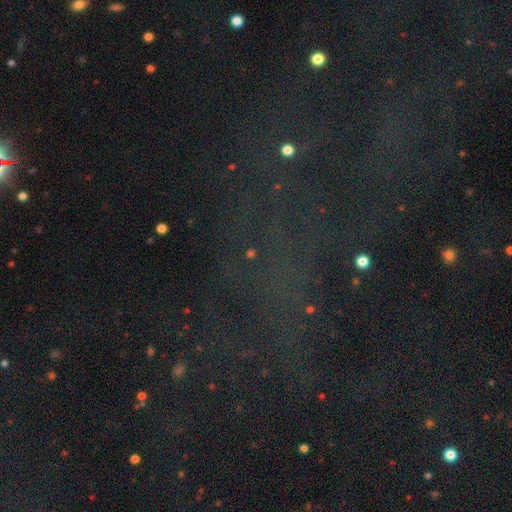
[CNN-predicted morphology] smooth-or-featured: star or artifact: 73% | smooth: 15% | featured or disk: 12%